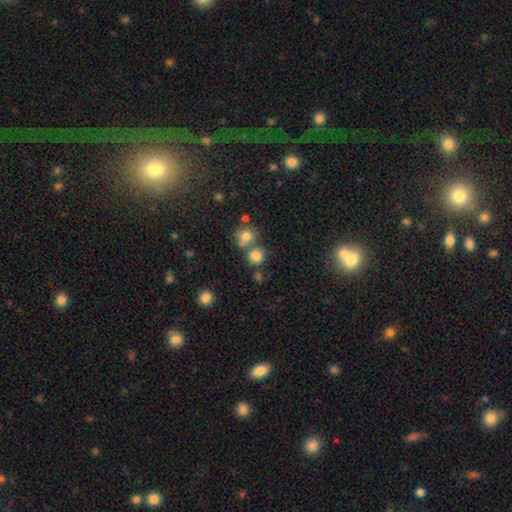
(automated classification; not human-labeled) smooth 80%, star or artifact 13%, featured or disk 7%. Down the decision tree: how rounded — round (86%); merging — none (59%).